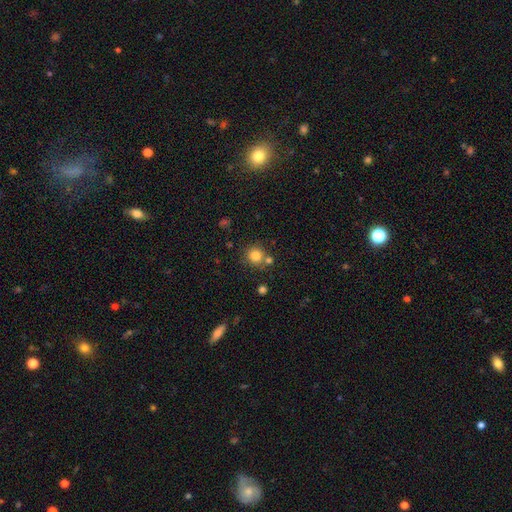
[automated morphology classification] A smooth galaxy with no disk features (81%) that is round (91%). Merging: none (70%).